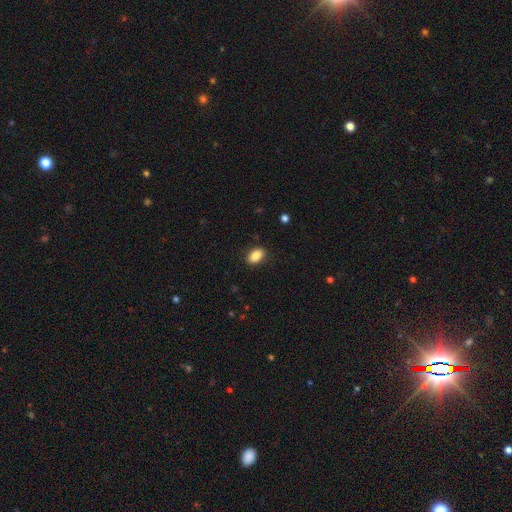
A smooth galaxy with no disk features (92%) that is in between round and cigar-shaped (95%).

Vote fractions:
- Smooth or featured? smooth: 92% / star or artifact: 5% / featured or disk: 2%
- How rounded? in between: 95% / round: 5% / cigar-shaped: 0%
- Merging? none: 92% / minor disturbance: 8% / major disturbance: 0% / merger: 0%